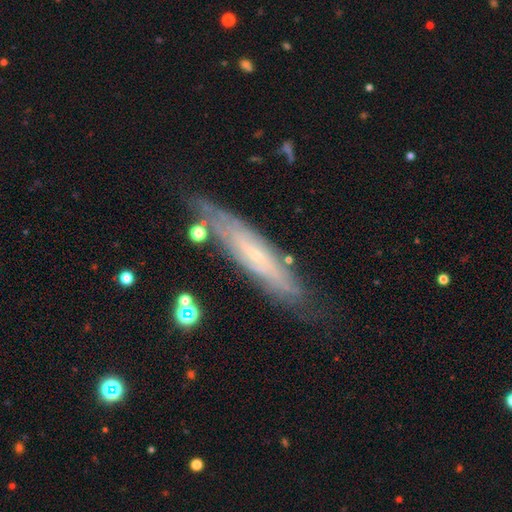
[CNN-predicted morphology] Smooth or featured? featured or disk (71%)
Edge-on disk? no (53%)
Merging? none (72%)